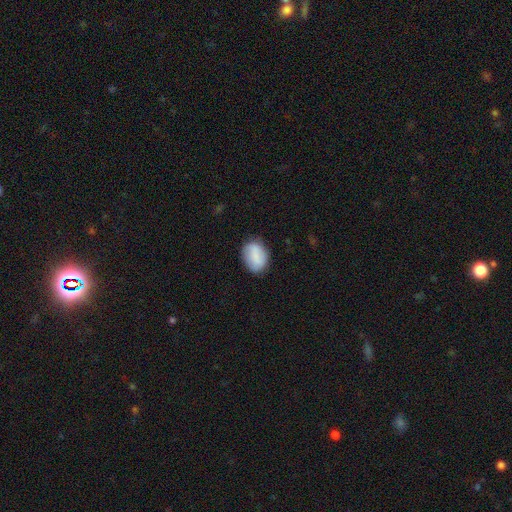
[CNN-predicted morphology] smooth_or_featured: smooth (p=0.75) [alt: featured or disk p=0.18]
how_rounded: in between (p=0.71) [alt: round p=0.28]
merging: none (p=0.78) [alt: minor disturbance p=0.17]